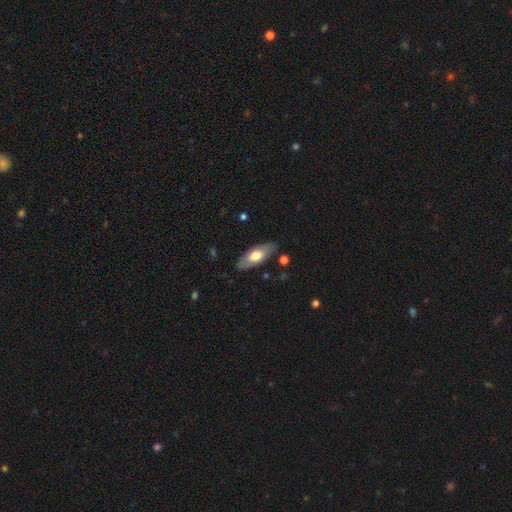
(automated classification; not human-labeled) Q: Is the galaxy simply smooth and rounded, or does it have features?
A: smooth — 60%.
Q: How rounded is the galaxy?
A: in between — 80%.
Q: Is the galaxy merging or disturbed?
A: none — 83%.